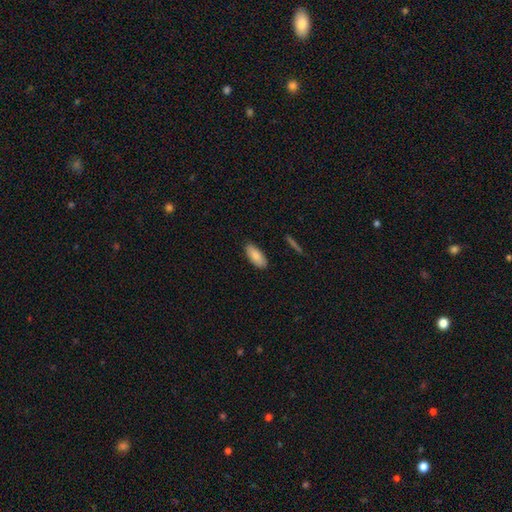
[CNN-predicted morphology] Q: Smooth or featured?
A: smooth (85%); runner-up: featured or disk (8%)
Q: How rounded?
A: in between (84%); runner-up: cigar-shaped (14%)
Q: Merging?
A: none (86%); runner-up: minor disturbance (10%)